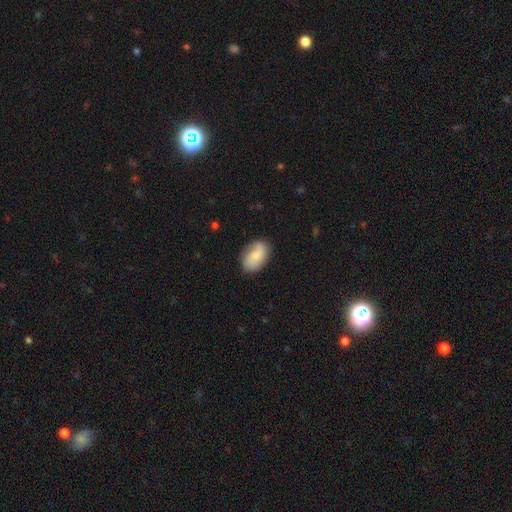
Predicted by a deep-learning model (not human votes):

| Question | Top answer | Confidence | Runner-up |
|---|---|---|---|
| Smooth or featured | smooth | 67% | featured or disk (26%) |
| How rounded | in between | 88% | round (11%) |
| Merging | none | 71% | minor disturbance (21%) |